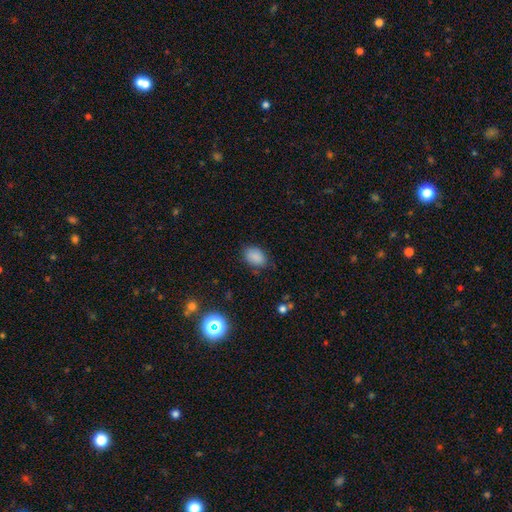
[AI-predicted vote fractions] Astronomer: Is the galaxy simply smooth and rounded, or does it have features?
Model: smooth — 86%.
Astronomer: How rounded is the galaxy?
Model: in between — 82%.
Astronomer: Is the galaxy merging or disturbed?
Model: none — 78%.